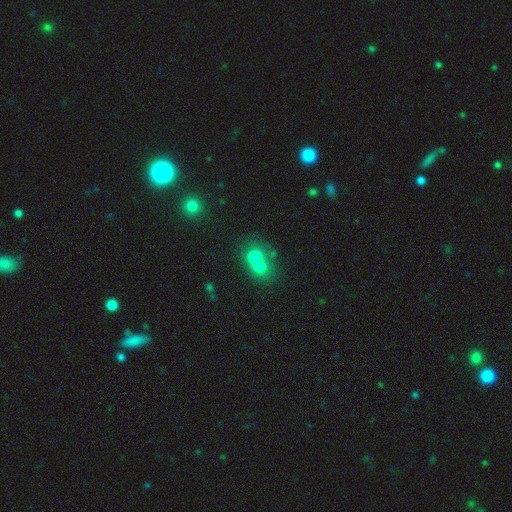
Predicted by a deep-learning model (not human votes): smooth 67%, featured or disk 18%, star or artifact 14%. Down the decision tree: how rounded — round (69%); merging — merger (64%).